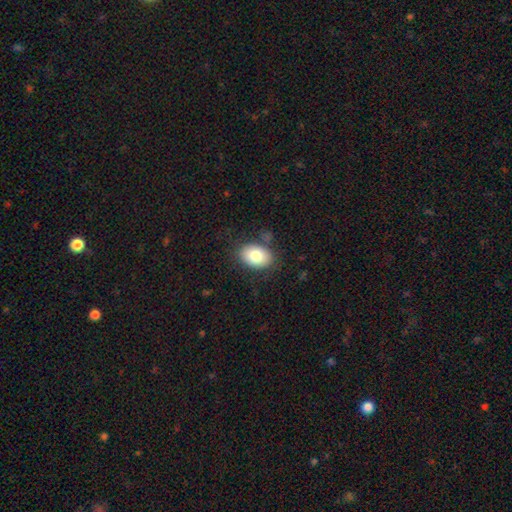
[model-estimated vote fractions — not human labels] smooth_or_featured: smooth (p=0.81) [alt: featured or disk p=0.12]
how_rounded: in between (p=0.84) [alt: round p=0.15]
merging: none (p=0.81) [alt: minor disturbance p=0.12]